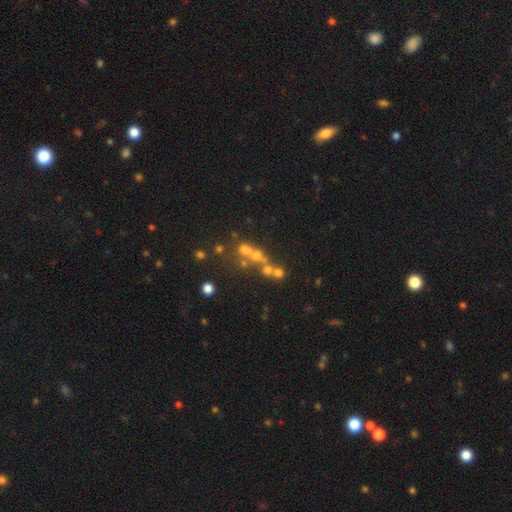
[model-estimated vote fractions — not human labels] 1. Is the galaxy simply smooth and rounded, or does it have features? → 36% featured or disk, 34% smooth, 30% star or artifact.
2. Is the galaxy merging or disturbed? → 41% none, 40% merger, 10% minor disturbance, 9% major disturbance.